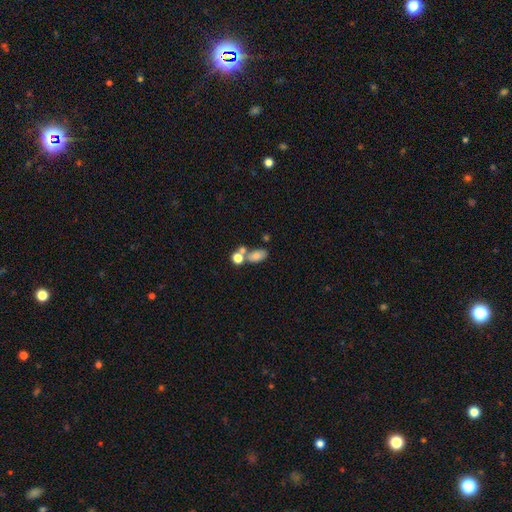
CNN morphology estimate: smooth 72%, featured or disk 16%, star or artifact 12%. Down the decision tree: how rounded — in between (83%); merging — none (44%).